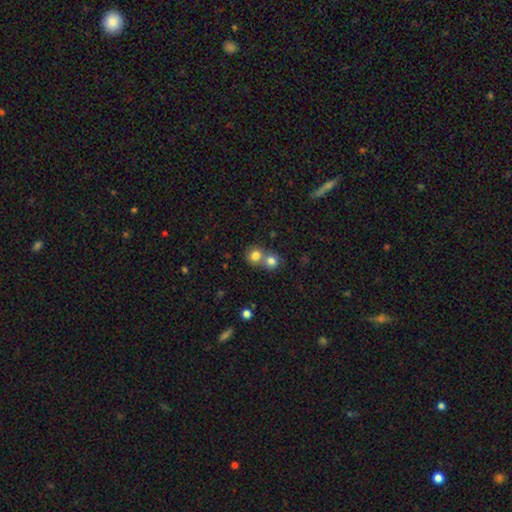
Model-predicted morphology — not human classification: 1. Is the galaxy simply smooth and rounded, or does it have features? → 80% smooth, 11% star or artifact, 9% featured or disk.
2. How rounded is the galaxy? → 83% round, 16% in between, 1% cigar-shaped.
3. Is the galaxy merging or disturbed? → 53% merger, 40% none, 5% minor disturbance, 2% major disturbance.